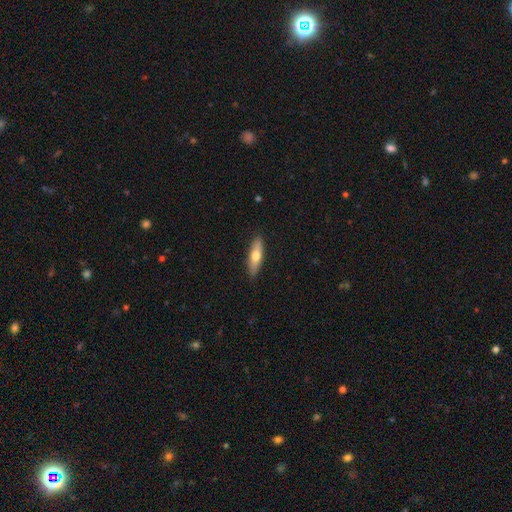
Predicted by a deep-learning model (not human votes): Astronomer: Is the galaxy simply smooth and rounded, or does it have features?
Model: smooth — 60%.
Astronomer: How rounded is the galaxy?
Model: cigar-shaped — 62%.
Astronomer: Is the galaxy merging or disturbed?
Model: none — 88%.